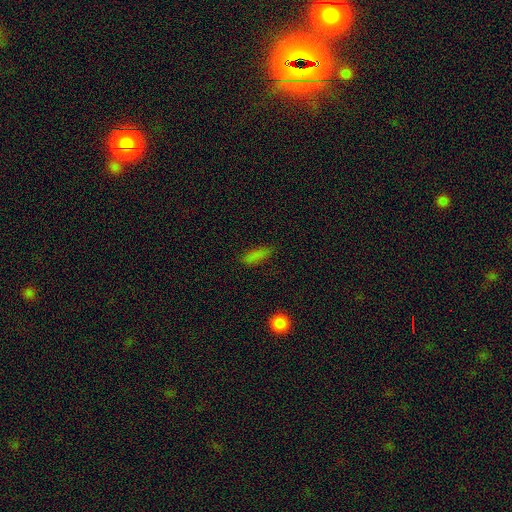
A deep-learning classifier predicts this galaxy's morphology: Overall: smooth (80%). How rounded: in between (58%; cigar-shaped 39%). Merging: none (81%).